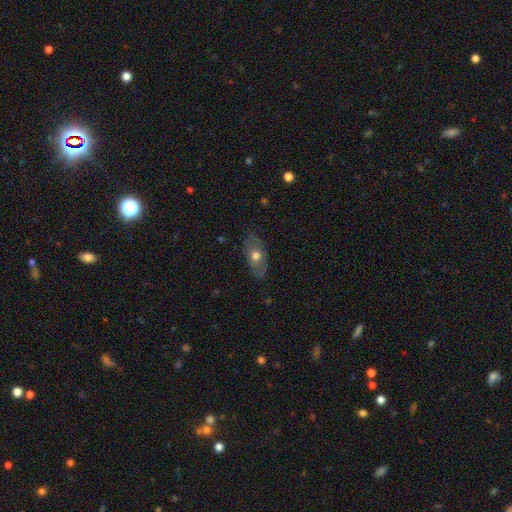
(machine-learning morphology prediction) Smooth or featured? smooth (57%)
How rounded? in between (86%)
Merging? none (79%)